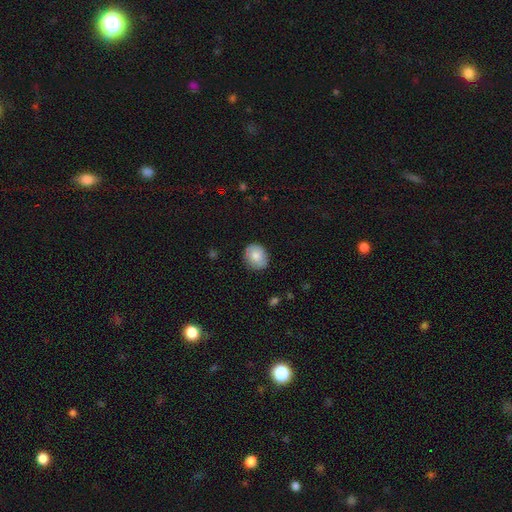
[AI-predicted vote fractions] Smooth or featured? Predicted: smooth (p=0.74). How rounded? Predicted: round (p=0.62). Merging? Predicted: none (p=0.82).